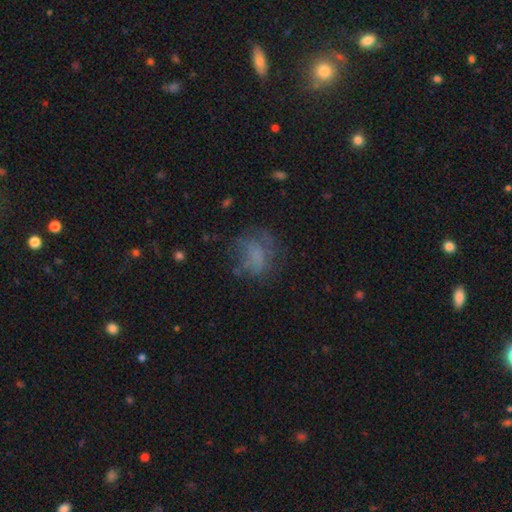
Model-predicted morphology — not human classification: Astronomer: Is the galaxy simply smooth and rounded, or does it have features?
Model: smooth — 53% (runner-up: featured or disk, 29%).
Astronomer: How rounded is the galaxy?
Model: in between — 55% (runner-up: round, 43%).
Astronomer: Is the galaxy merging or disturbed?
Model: none — 48% (runner-up: major disturbance, 26%).